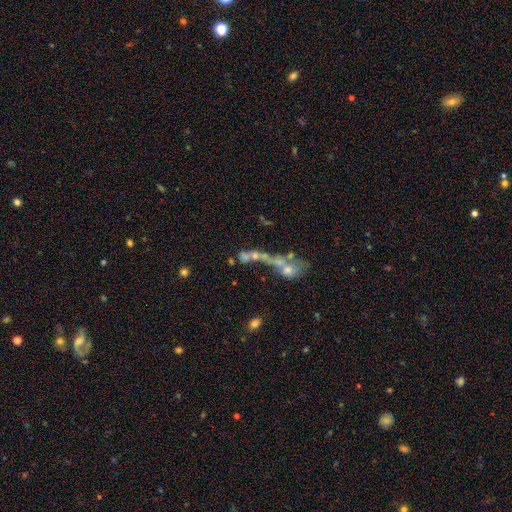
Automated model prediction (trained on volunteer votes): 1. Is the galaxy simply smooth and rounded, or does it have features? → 44% featured or disk, 34% smooth, 22% star or artifact.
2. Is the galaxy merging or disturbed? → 49% merger, 23% none, 19% major disturbance, 9% minor disturbance.